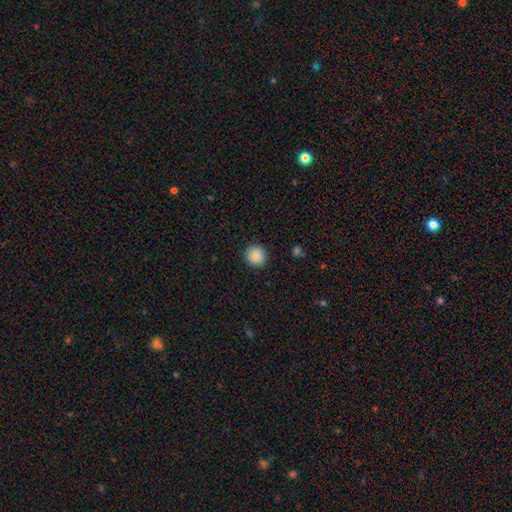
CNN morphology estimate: Smooth or featured?
  - smooth: 87% *
  - star or artifact: 9%
  - featured or disk: 4%
How rounded?
  - round: 90% *
  - in between: 9%
  - cigar-shaped: 1%
Merging?
  - none: 91% *
  - minor disturbance: 6%
  - major disturbance: 2%
  - merger: 1%